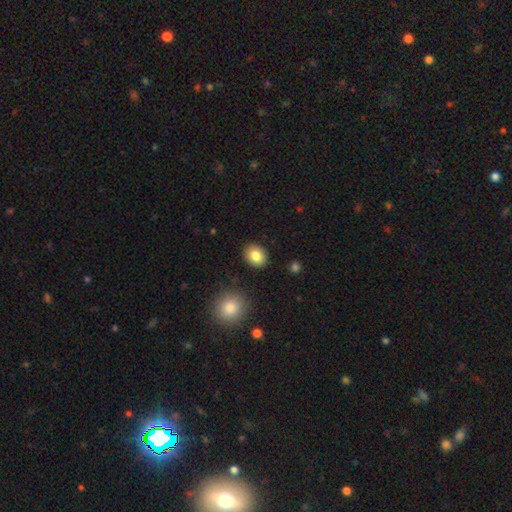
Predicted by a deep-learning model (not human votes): A smooth galaxy with no disk features (83%) that is in between round and cigar-shaped (52%).

Vote fractions:
- Smooth or featured? smooth: 83% / star or artifact: 9% / featured or disk: 8%
- How rounded? in between: 52% / round: 47% / cigar-shaped: 1%
- Merging? none: 88% / minor disturbance: 7% / major disturbance: 2% / merger: 2%